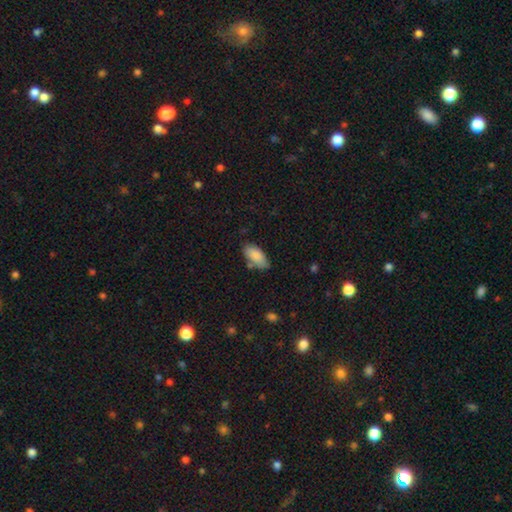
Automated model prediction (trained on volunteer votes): Q: Smooth or featured?
A: smooth (85%); runner-up: featured or disk (9%)
Q: How rounded?
A: in between (90%); runner-up: cigar-shaped (8%)
Q: Merging?
A: none (65%); runner-up: minor disturbance (23%)